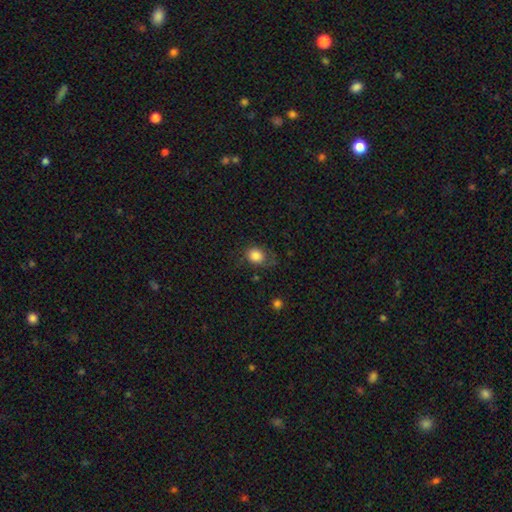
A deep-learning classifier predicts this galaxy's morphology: Overall: smooth (82%). How rounded: round (62%; in between 37%). Merging: none (63%; minor disturbance 24%).